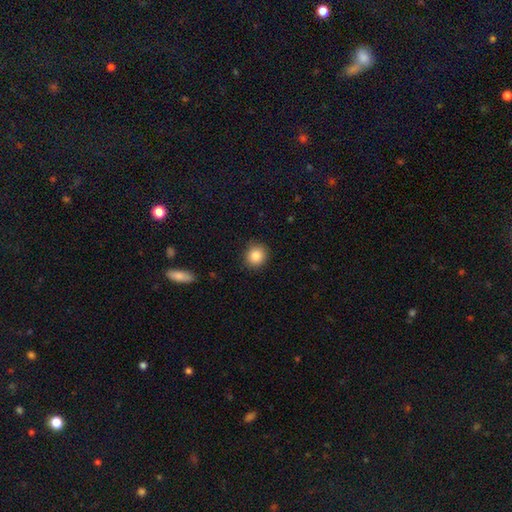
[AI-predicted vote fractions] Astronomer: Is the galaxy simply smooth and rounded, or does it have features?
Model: smooth — 85%.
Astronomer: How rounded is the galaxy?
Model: round — 86%.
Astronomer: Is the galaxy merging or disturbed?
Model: none — 89%.